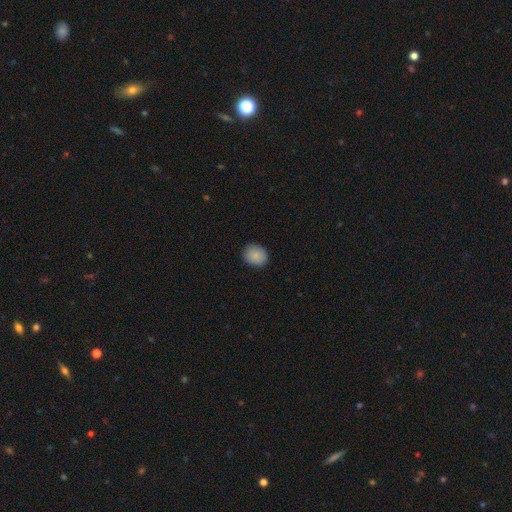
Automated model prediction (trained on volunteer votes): smooth_or_featured: smooth (p=0.88) [alt: star or artifact p=0.08]
how_rounded: round (p=0.68) [alt: in between p=0.31]
merging: none (p=0.88) [alt: minor disturbance p=0.09]